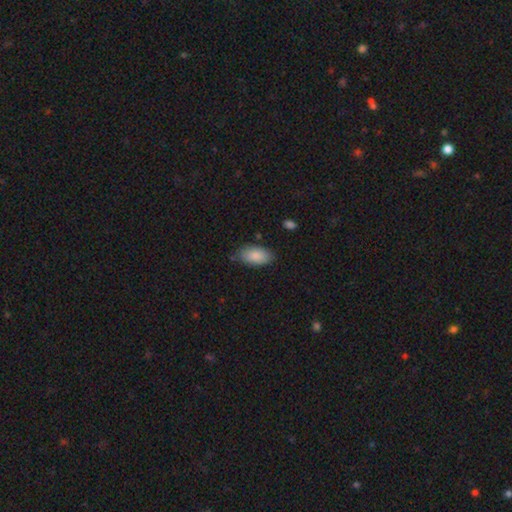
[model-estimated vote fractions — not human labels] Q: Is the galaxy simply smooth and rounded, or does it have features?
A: smooth — 87%.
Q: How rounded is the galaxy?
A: in between — 94%.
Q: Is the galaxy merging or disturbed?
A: none — 79%.